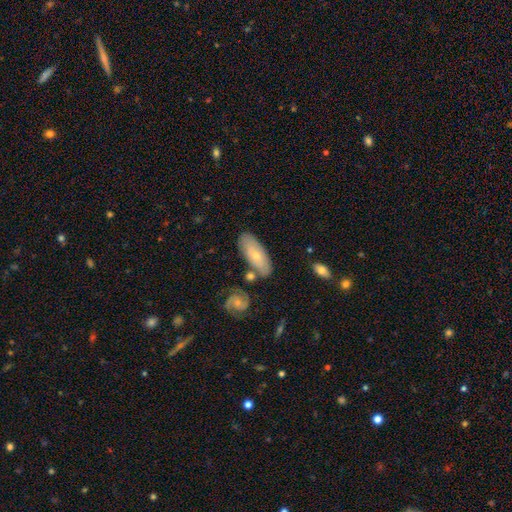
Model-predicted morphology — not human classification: type=smooth (60%); roundness=in between (75%); merging=none (72%).